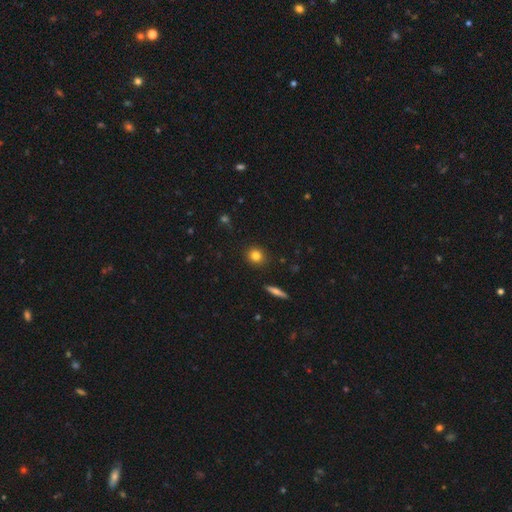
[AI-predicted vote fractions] Smooth or featured: smooth — 81% (star or artifact — 11%)
How rounded: round — 82% (in between — 16%)
Merging: none — 90% (minor disturbance — 7%)